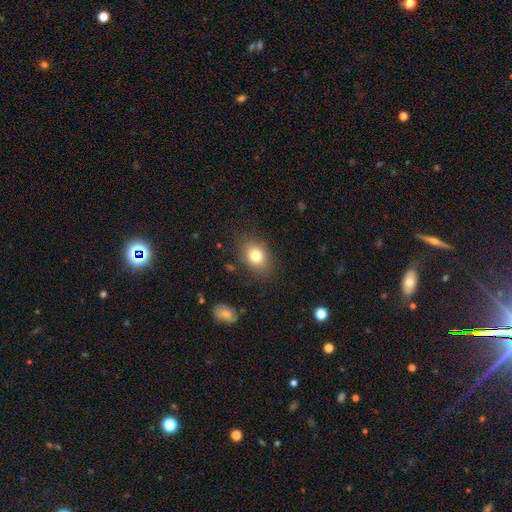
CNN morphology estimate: Overall: smooth (79%). How rounded: in between (67%; round 32%). Merging: none (82%).